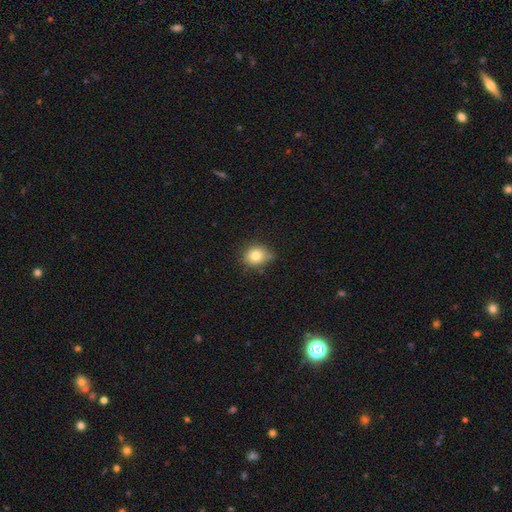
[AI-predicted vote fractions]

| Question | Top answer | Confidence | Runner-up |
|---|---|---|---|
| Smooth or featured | smooth | 80% | star or artifact (11%) |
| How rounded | round | 73% | in between (26%) |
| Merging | none | 69% | minor disturbance (23%) |